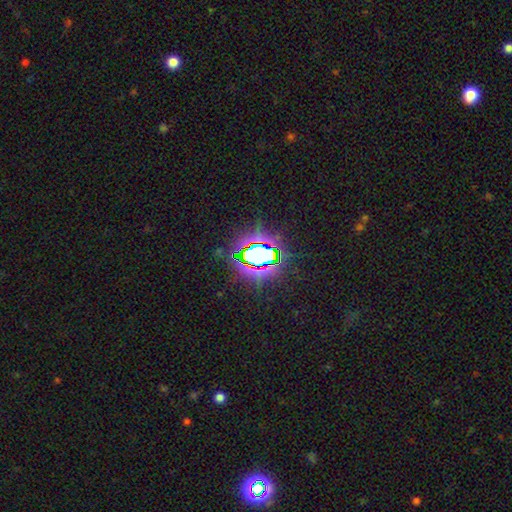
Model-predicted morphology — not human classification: Smooth or featured: star or artifact — 74% (smooth — 15%)